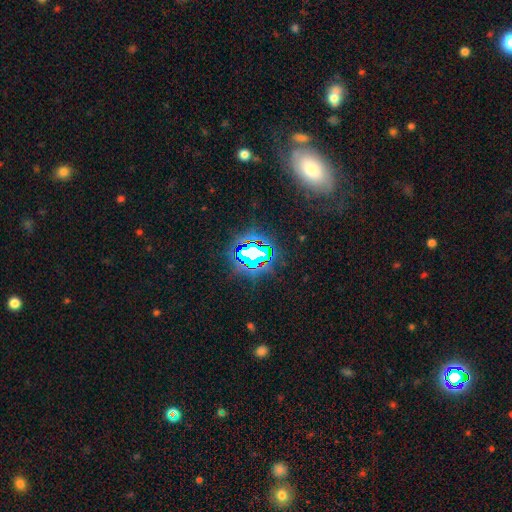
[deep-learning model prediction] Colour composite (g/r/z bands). It shows a star or artifact, not a galaxy (72%).